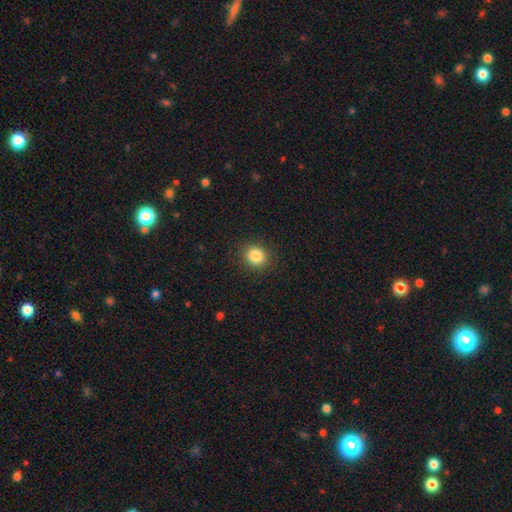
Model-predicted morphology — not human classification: Smooth or featured: smooth — 84% (star or artifact — 11%)
How rounded: round — 79% (in between — 21%)
Merging: none — 89% (minor disturbance — 7%)